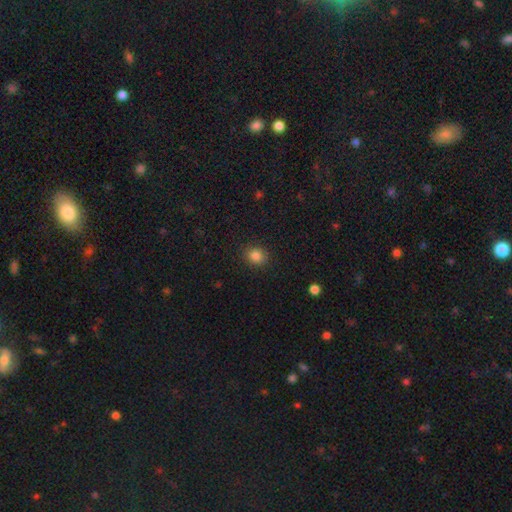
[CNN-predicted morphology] A smooth galaxy with no disk features (85%) that is round (71%).

Vote fractions:
- Smooth or featured? smooth: 85% / star or artifact: 11% / featured or disk: 5%
- How rounded? round: 71% / in between: 28% / cigar-shaped: 1%
- Merging? none: 89% / minor disturbance: 8% / major disturbance: 2% / merger: 1%